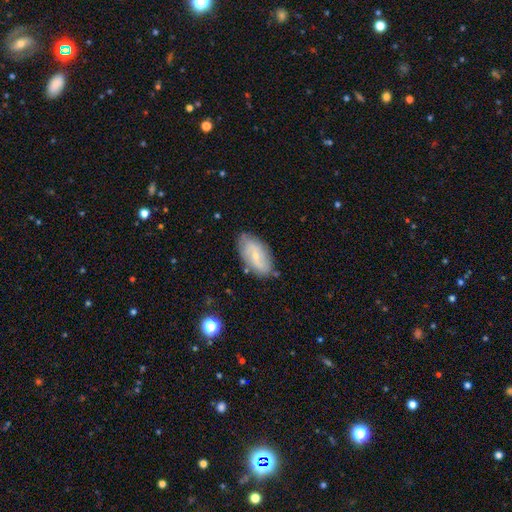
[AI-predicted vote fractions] Smooth or featured? featured or disk (58%)
Edge-on disk? no (92%)
Bar? weak (44%)
Spiral arms? yes (79%)
Bulge size? small (72%)
Merging? none (77%)